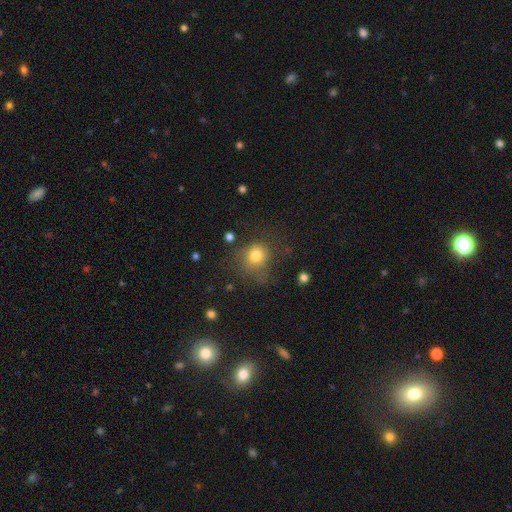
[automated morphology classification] Smooth or featured? smooth (78%)
How rounded? round (80%)
Merging? none (57%)